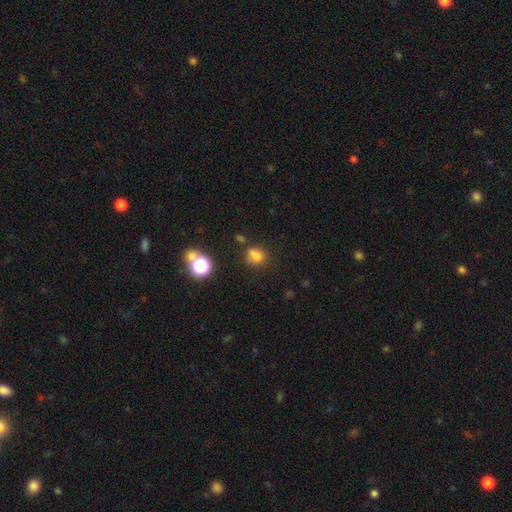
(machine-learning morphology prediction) A smooth galaxy with no disk features (74%) that is round (64%).

Vote fractions:
- Smooth or featured? smooth: 74% / star or artifact: 17% / featured or disk: 9%
- How rounded? round: 64% / in between: 35% / cigar-shaped: 1%
- Merging? none: 57% / minor disturbance: 18% / merger: 18% / major disturbance: 7%